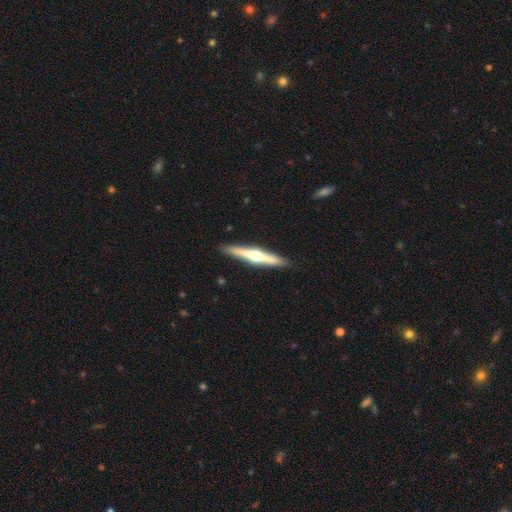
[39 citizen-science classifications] A featured or disk galaxy (72%) viewed edge-on (100%) with a rounded central bulge (100%). Merging: none (95%).